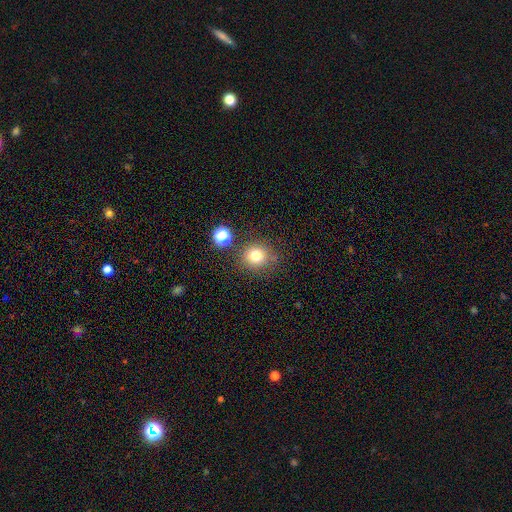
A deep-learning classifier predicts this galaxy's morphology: The model was most divided on "smooth or featured": smooth: 77%, star or artifact: 15%, featured or disk: 9%. More confident: how rounded — round (89%); merging — none (78%).